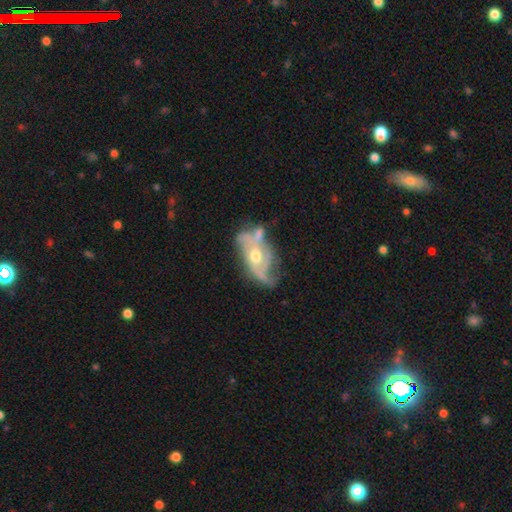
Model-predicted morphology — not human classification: Smooth or featured? Predicted: featured or disk (p=0.81). Edge-on disk? Predicted: no (p=0.94). Bar? Predicted: no (p=0.66). Spiral arms? Predicted: yes (p=0.86). Spiral winding? Predicted: medium (p=0.41). Spiral arm count? Predicted: 2 (p=0.48). Bulge size? Predicted: moderate (p=0.74). Merging? Predicted: none (p=0.40).